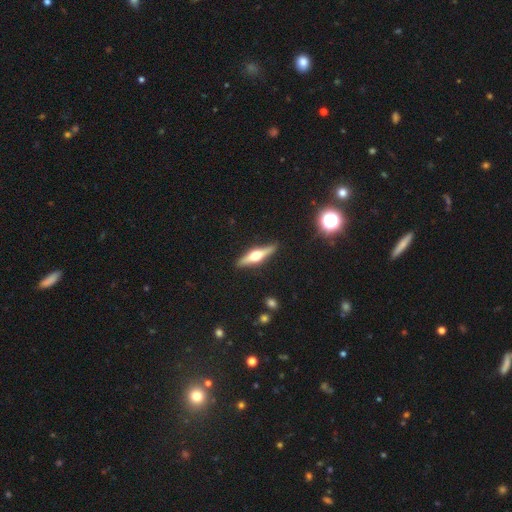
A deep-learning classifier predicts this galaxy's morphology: Smooth or featured: featured or disk — 68% (smooth — 26%)
Edge-on disk: yes — 96% (no — 4%)
Edge-on bulge: rounded — 95% (boxy — 4%)
Merging: none — 89% (minor disturbance — 8%)